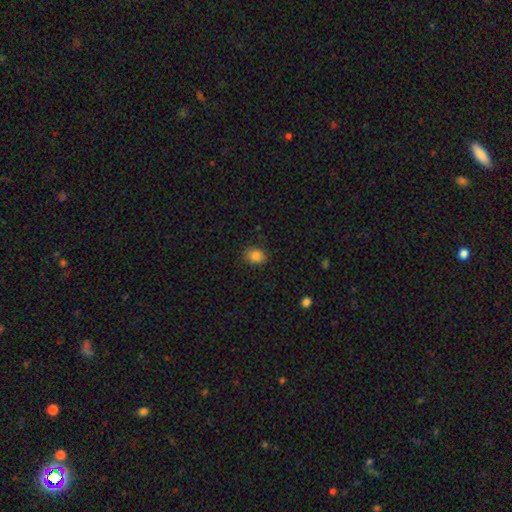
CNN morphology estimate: Smooth or featured? Predicted: smooth (p=0.84). How rounded? Predicted: round (p=0.53). Merging? Predicted: none (p=0.84).